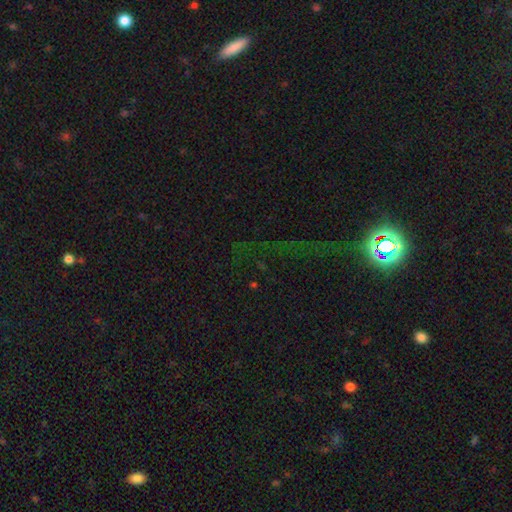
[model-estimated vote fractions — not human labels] Smooth or featured: star or artifact — 72% (smooth — 17%)